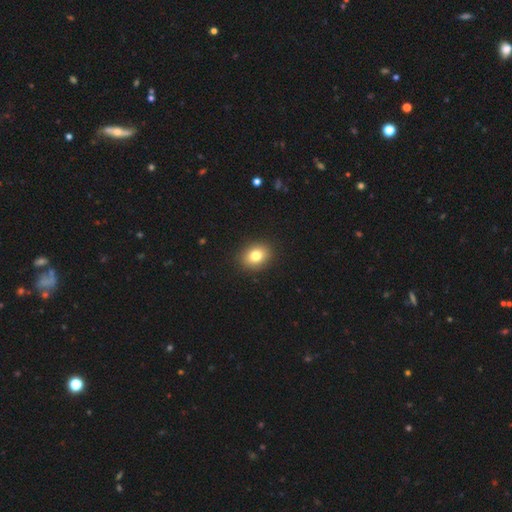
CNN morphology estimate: Q: Smooth or featured?
A: smooth (81%); runner-up: star or artifact (10%)
Q: How rounded?
A: in between (54%); runner-up: round (45%)
Q: Merging?
A: none (91%); runner-up: minor disturbance (6%)